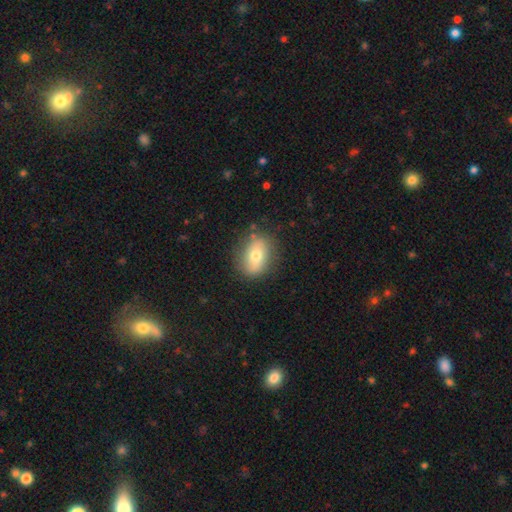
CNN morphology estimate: smooth 67%, featured or disk 25%, star or artifact 8%. Down the decision tree: how rounded — in between (71%); merging — none (82%).